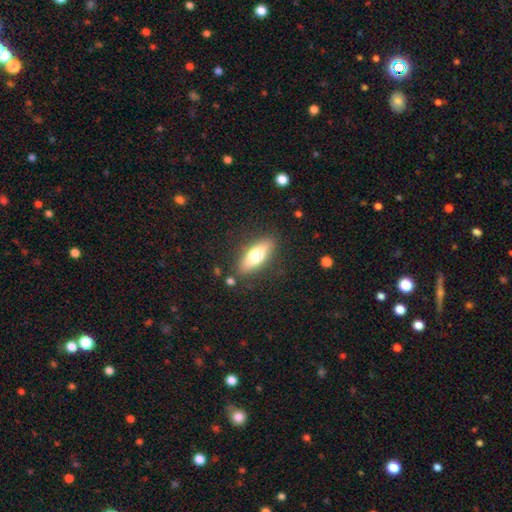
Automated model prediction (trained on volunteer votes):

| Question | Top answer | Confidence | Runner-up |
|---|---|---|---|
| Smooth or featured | smooth | 63% | featured or disk (30%) |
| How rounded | in between | 63% | cigar-shaped (34%) |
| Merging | none | 84% | minor disturbance (11%) |